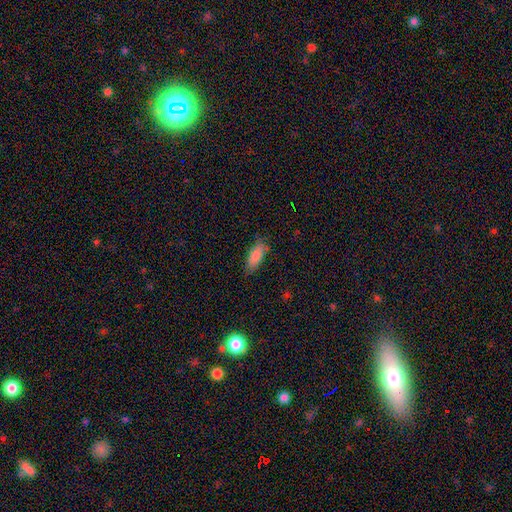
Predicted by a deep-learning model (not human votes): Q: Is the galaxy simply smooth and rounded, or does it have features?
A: smooth — 83%.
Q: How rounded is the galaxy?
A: in between — 73%.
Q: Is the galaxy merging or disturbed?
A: none — 78%.